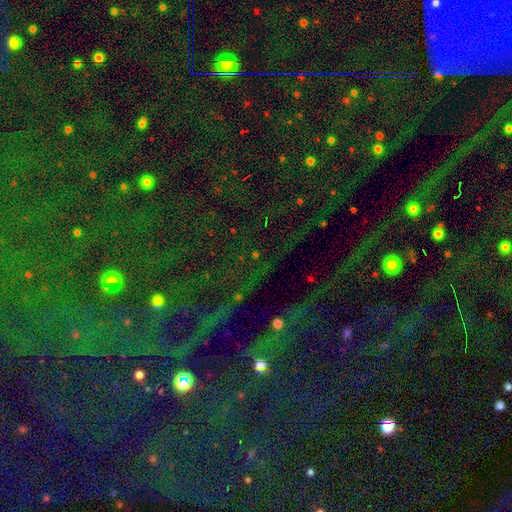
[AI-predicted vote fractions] smooth_or_featured: star or artifact (p=0.73) [alt: smooth p=0.16]